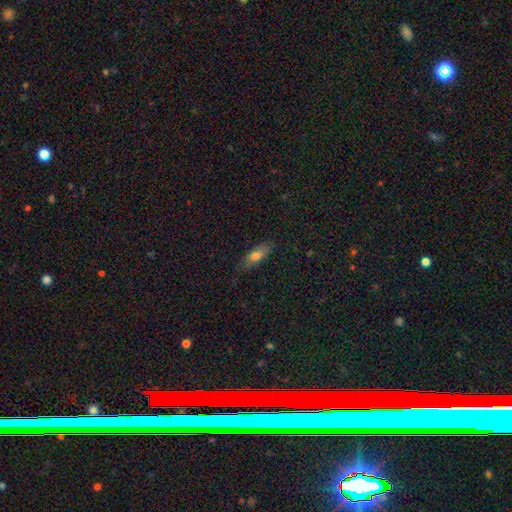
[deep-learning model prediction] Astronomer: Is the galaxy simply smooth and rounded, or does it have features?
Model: smooth — 73%.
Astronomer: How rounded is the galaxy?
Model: in between — 60% (runner-up: cigar-shaped, 37%).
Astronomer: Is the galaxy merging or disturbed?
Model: none — 77%.